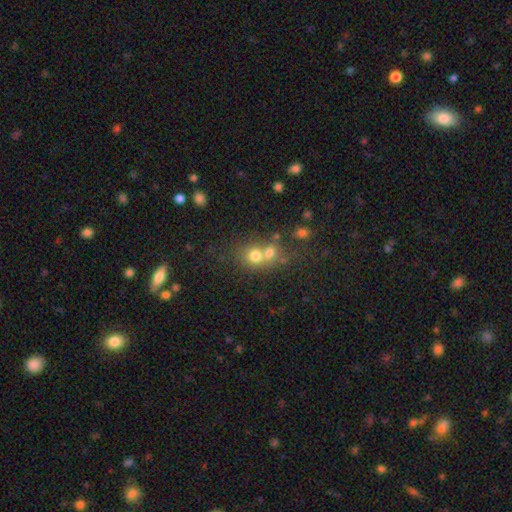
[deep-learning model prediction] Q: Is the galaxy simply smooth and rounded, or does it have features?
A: smooth — 70%.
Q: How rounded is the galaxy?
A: round — 75%.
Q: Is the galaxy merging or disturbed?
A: merger — 58%.